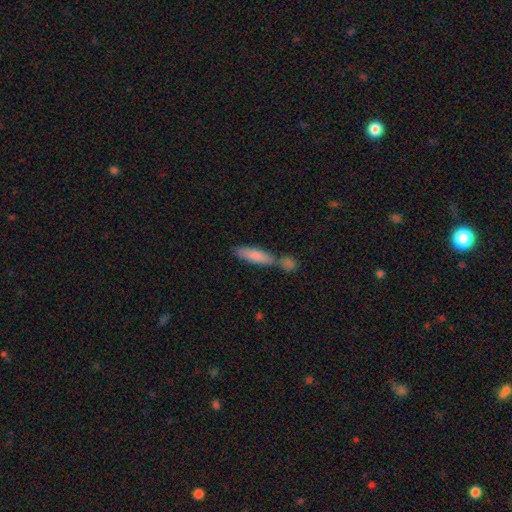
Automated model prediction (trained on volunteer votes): This is likely a smooth galaxy (79%). How rounded: likely cigar-shaped (70%). Merging: possibly none (50%).